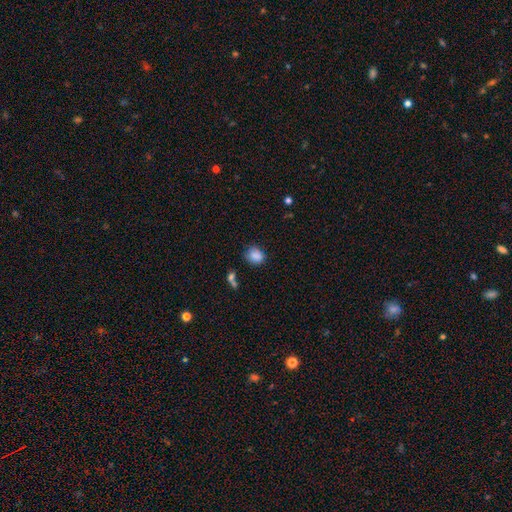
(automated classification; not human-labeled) smooth 87%, star or artifact 9%, featured or disk 4%. Down the decision tree: how rounded — round (67%); merging — none (73%).